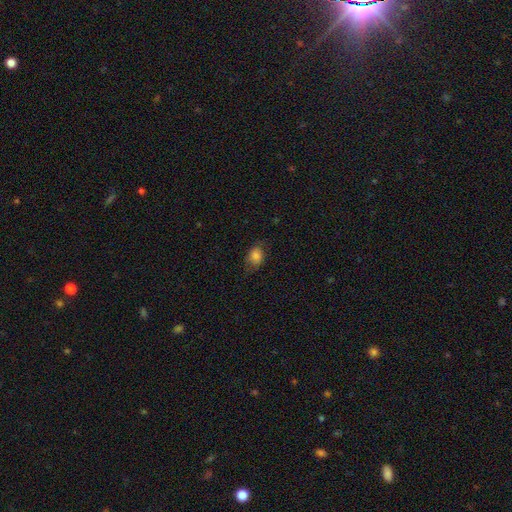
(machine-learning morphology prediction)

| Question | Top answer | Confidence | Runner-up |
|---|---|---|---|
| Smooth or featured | smooth | 81% | featured or disk (10%) |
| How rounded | in between | 68% | round (31%) |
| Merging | none | 69% | minor disturbance (22%) |